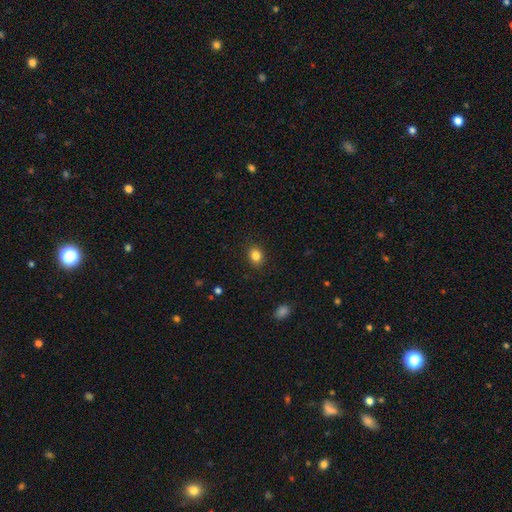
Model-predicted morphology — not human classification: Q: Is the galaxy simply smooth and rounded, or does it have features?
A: smooth — 84%.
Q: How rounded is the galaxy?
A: round — 54%.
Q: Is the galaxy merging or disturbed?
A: none — 89%.